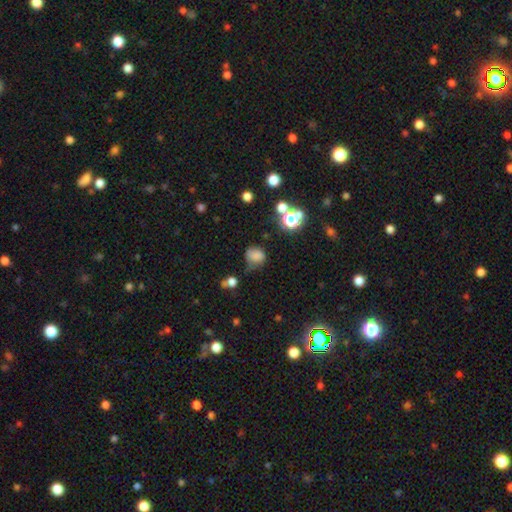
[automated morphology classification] smooth-or-featured: smooth: 69% | star or artifact: 19% | featured or disk: 12%
  how-rounded: round: 60% | in between: 39% | cigar-shaped: 1%
  merging: none: 42% | minor disturbance: 32% | major disturbance: 21% | merger: 6%